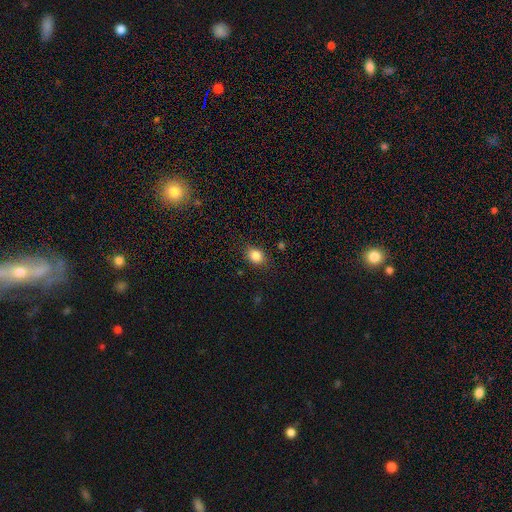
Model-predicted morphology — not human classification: smooth 84%, star or artifact 10%, featured or disk 6%. Down the decision tree: how rounded — in between (54%); merging — none (85%).